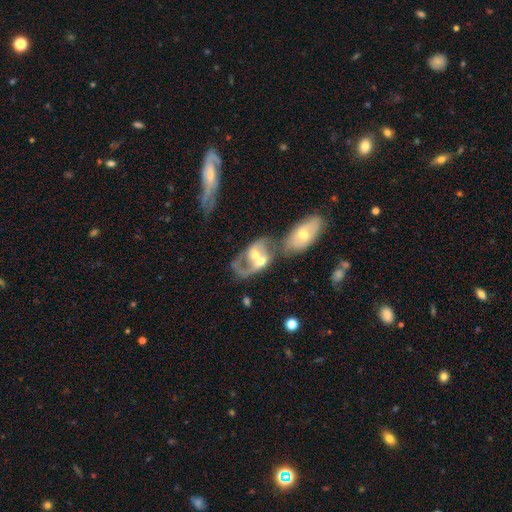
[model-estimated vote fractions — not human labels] Smooth or featured: featured or disk — 67% (smooth — 26%)
Edge-on disk: no — 95% (yes — 5%)
Bar: no — 63% (weak — 28%)
Spiral arms: yes — 67% (no — 33%)
Bulge size: moderate — 63% (small — 21%)
Merging: merger — 67% (none — 14%)